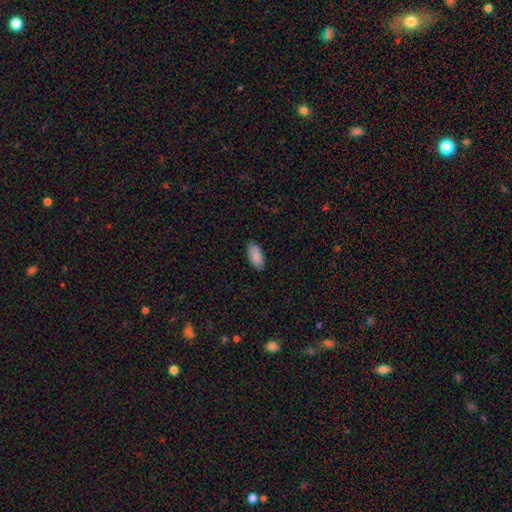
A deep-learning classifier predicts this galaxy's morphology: Q: Smooth or featured?
A: smooth (90%); runner-up: star or artifact (6%)
Q: How rounded?
A: in between (90%); runner-up: cigar-shaped (8%)
Q: Merging?
A: none (87%); runner-up: minor disturbance (10%)